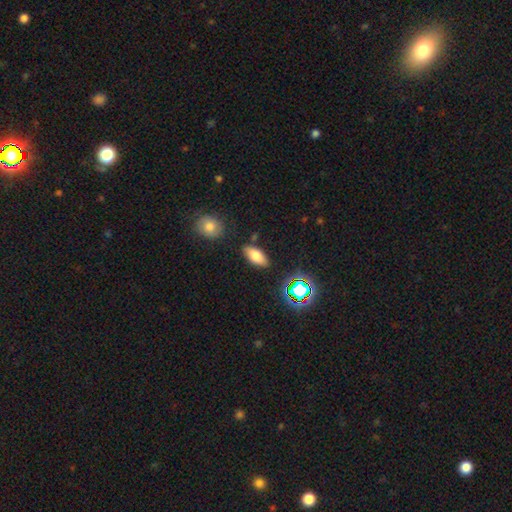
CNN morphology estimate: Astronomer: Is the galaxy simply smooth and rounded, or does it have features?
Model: smooth — 76%.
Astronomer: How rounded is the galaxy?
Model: in between — 85%.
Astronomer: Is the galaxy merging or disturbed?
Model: none — 83%.